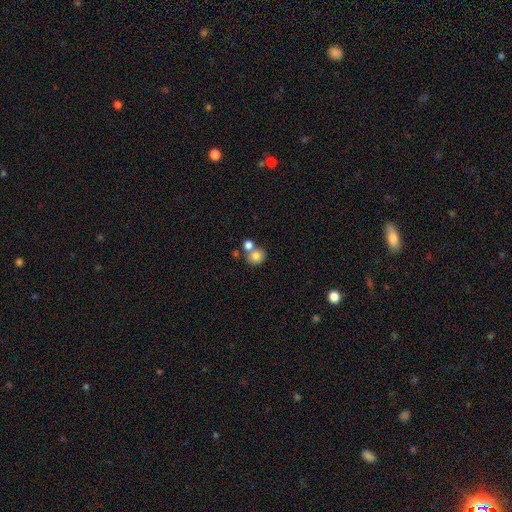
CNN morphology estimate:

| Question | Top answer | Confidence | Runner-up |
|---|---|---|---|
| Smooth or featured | smooth | 80% | featured or disk (10%) |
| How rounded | round | 79% | in between (20%) |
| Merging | none | 48% | merger (40%) |